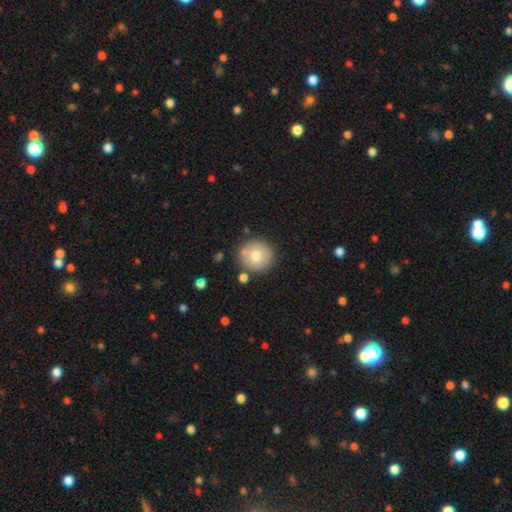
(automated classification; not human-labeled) smooth_or_featured: smooth (p=0.73) [alt: featured or disk p=0.17]
how_rounded: round (p=0.94) [alt: in between p=0.06]
merging: none (p=0.82) [alt: minor disturbance p=0.09]